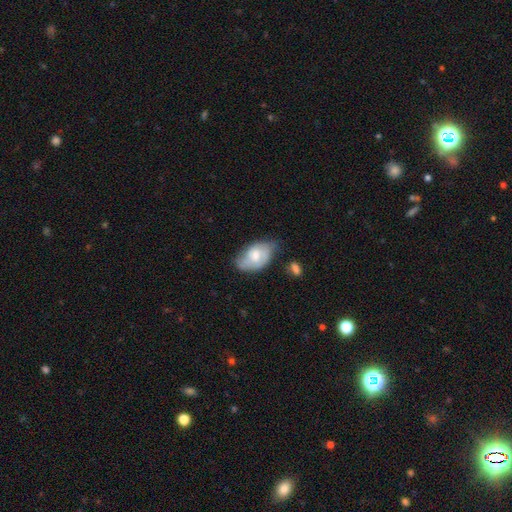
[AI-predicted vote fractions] Q: Smooth or featured?
A: smooth (50%); runner-up: featured or disk (44%)
Q: Merging?
A: none (45%); runner-up: minor disturbance (38%)